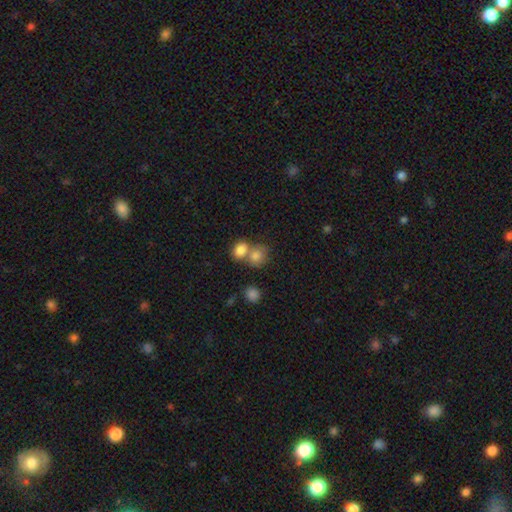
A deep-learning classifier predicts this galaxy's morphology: Overall: smooth (81%). How rounded: round (60%; in between 39%). Merging: merger (49%; none 39%).